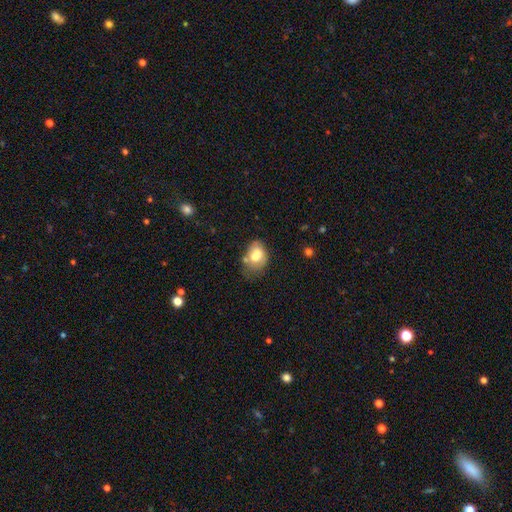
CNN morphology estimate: This is likely a smooth galaxy (67%). How rounded: likely in between (74%). Merging: marginally none (39%).